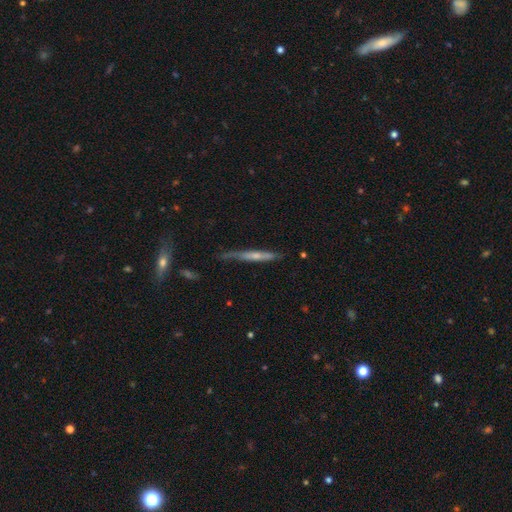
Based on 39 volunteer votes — This is likely a featured or disk galaxy (62%). It is clearly viewed edge-on (96%). Edge-on bulge: likely rounded (65%). Merging: likely none (71%).